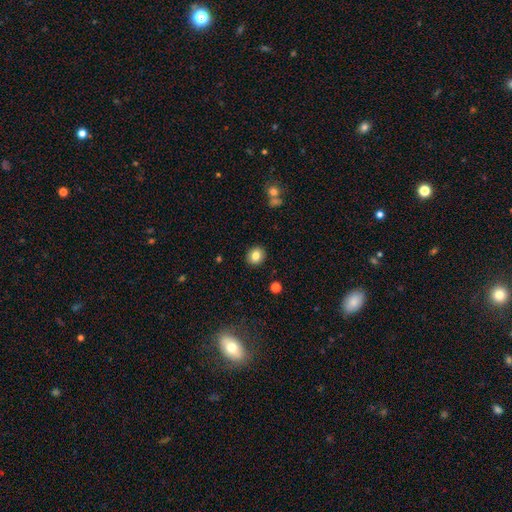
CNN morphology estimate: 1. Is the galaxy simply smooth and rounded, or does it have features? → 82% smooth, 10% star or artifact, 8% featured or disk.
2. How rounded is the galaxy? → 80% round, 19% in between, 1% cigar-shaped.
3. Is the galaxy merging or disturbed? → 91% none, 6% minor disturbance, 2% major disturbance, 1% merger.